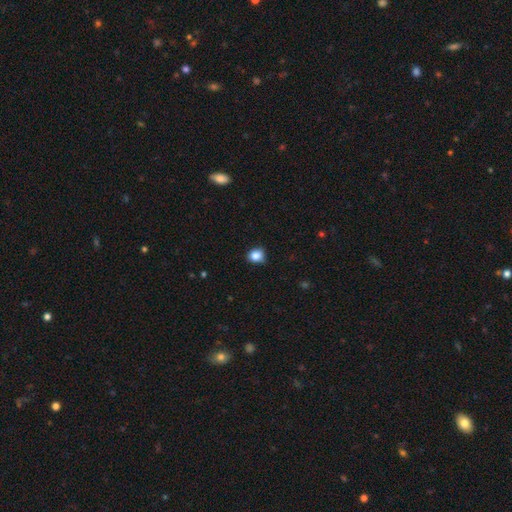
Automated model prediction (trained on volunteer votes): Smooth or featured: smooth — 84% (star or artifact — 11%)
How rounded: round — 71% (in between — 28%)
Merging: none — 77% (minor disturbance — 19%)